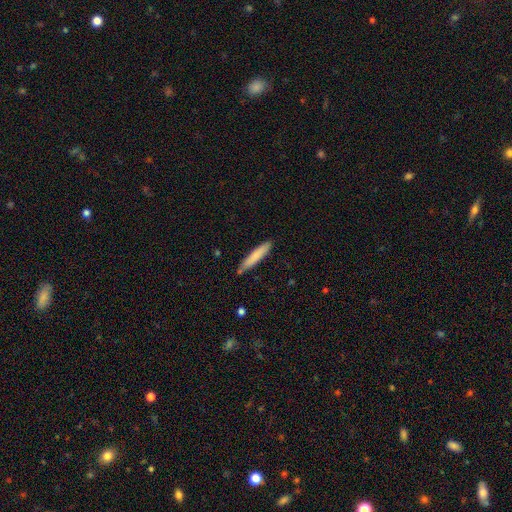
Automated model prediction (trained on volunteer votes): smooth-or-featured: smooth: 78% | featured or disk: 16% | star or artifact: 6%
  how-rounded: cigar-shaped: 91% | in between: 8% | round: 1%
  merging: none: 84% | minor disturbance: 12% | merger: 2% | major disturbance: 2%